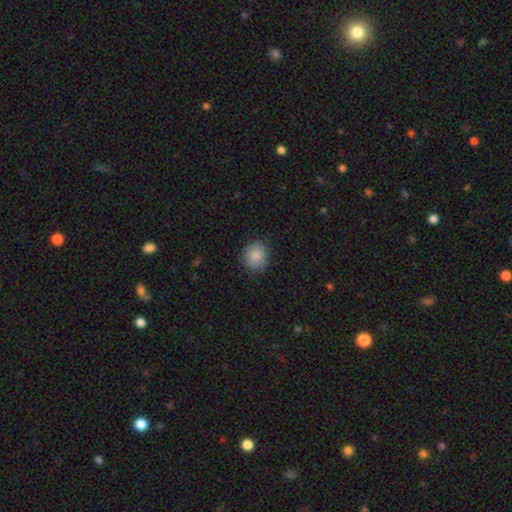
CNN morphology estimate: smooth_or_featured: smooth (p=0.86) [alt: star or artifact p=0.09]
how_rounded: round (p=0.81) [alt: in between p=0.18]
merging: none (p=0.85) [alt: minor disturbance p=0.11]